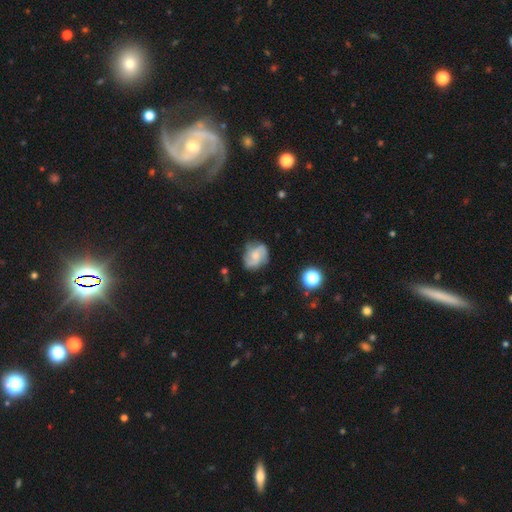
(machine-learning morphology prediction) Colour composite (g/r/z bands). It shows a featured or disk galaxy (70%) with no bar (56%), 2 (55%) medium (46%) spiral arms (93%) and a small central bulge (44%). Merging: none (73%).